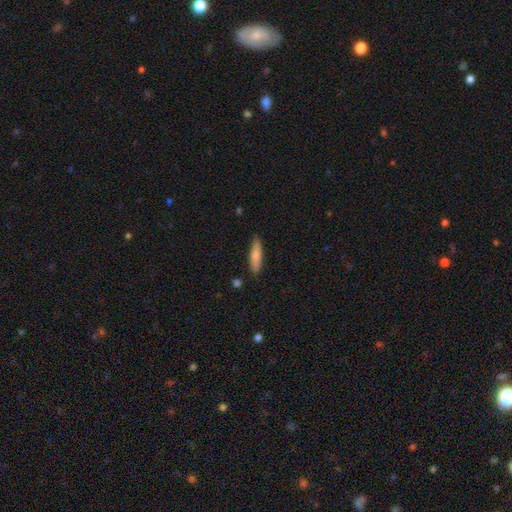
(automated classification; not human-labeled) smooth-or-featured: smooth: 78% | featured or disk: 16% | star or artifact: 6%
  how-rounded: cigar-shaped: 73% | in between: 25% | round: 2%
  merging: none: 83% | minor disturbance: 13% | major disturbance: 2% | merger: 2%